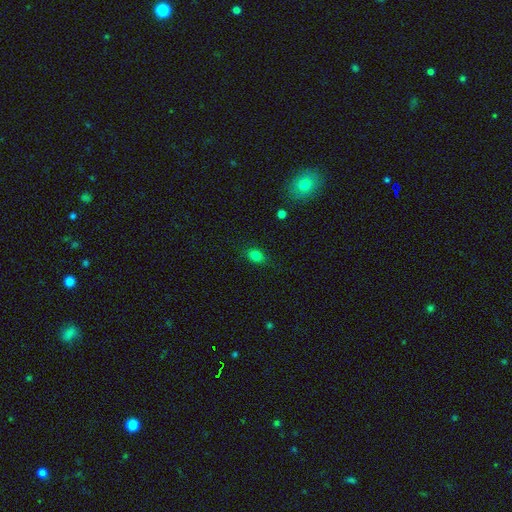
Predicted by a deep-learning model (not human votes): The model was most divided on "how rounded": in between: 60%, round: 39%, cigar-shaped: 2%. More confident: merging — none (83%); smooth or featured — smooth (80%).